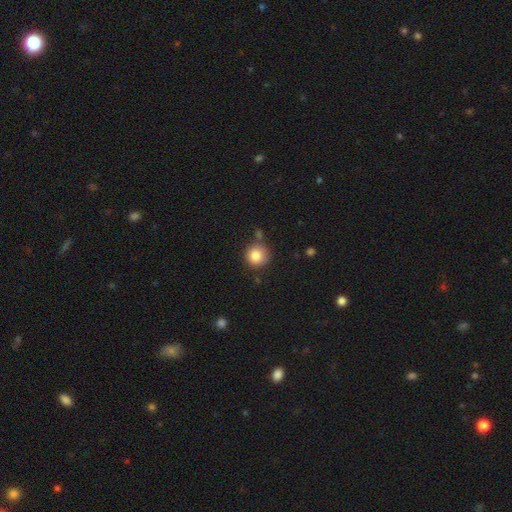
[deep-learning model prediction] Morphology: type=smooth (83%); roundness=round (93%); merging=none (74%).